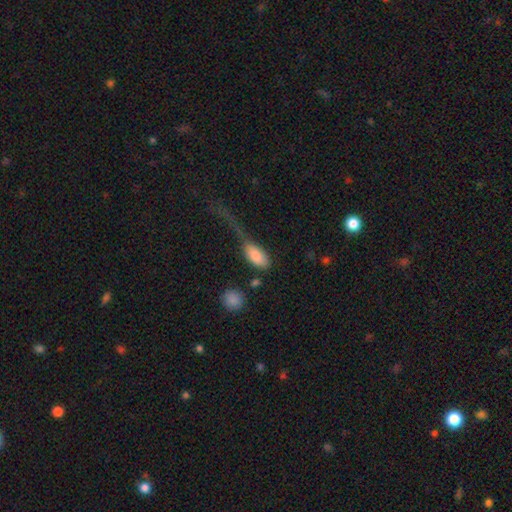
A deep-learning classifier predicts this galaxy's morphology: This is clearly a smooth galaxy (85%). How rounded: clearly in between (90%). Merging: marginally major disturbance (40%).